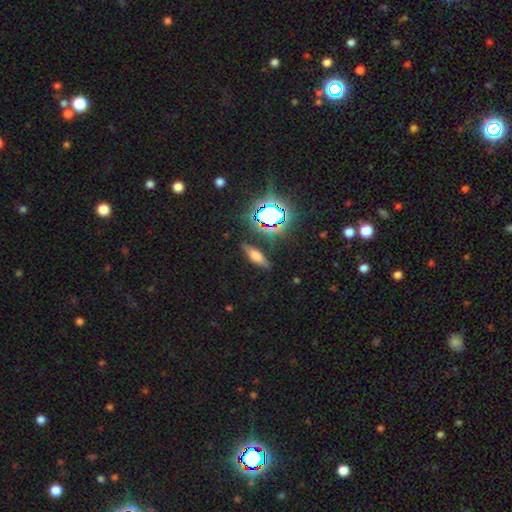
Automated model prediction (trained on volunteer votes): Smooth or featured? Predicted: smooth (p=0.55). How rounded? Predicted: in between (p=0.50). Merging? Predicted: none (p=0.81).